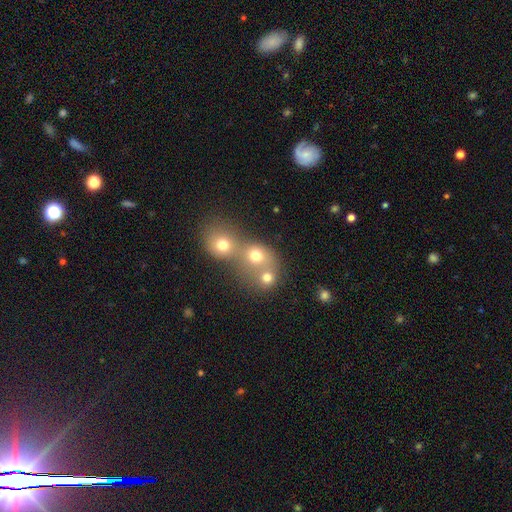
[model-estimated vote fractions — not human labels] Smooth or featured: smooth — 71% (star or artifact — 15%)
How rounded: round — 78% (in between — 21%)
Merging: merger — 56% (none — 34%)